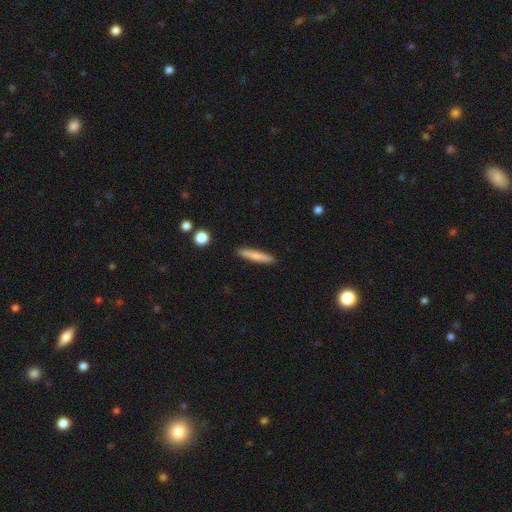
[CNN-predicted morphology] smooth-or-featured: smooth: 74% | featured or disk: 20% | star or artifact: 6%
  how-rounded: cigar-shaped: 91% | in between: 7% | round: 2%
  merging: none: 91% | minor disturbance: 7% | merger: 1% | major disturbance: 1%